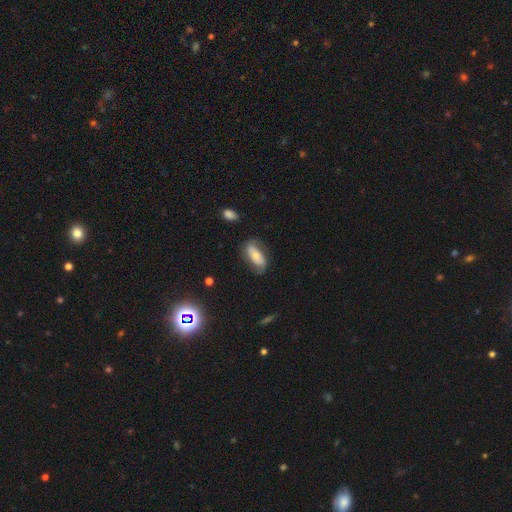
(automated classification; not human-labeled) Smooth or featured? Predicted: featured or disk (p=0.49). Merging? Predicted: none (p=0.67).